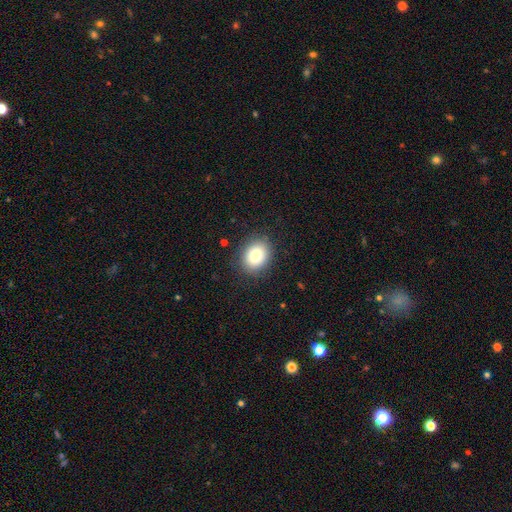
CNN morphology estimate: smooth-or-featured: smooth: 78% | featured or disk: 12% | star or artifact: 10%
  how-rounded: round: 55% | in between: 44% | cigar-shaped: 1%
  merging: none: 86% | minor disturbance: 10% | major disturbance: 3% | merger: 1%